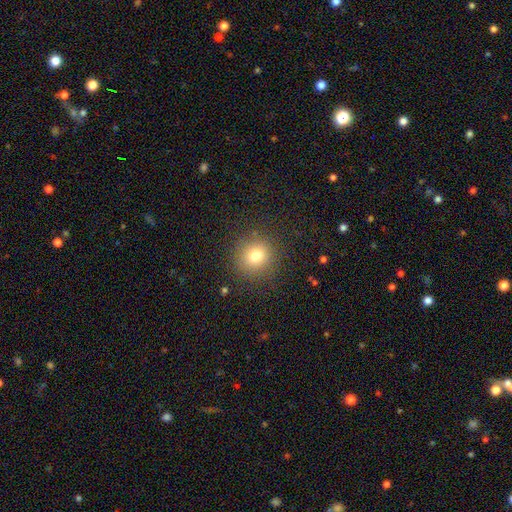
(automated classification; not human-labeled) smooth 76%, star or artifact 14%, featured or disk 10%. Down the decision tree: how rounded — round (90%); merging — none (87%).